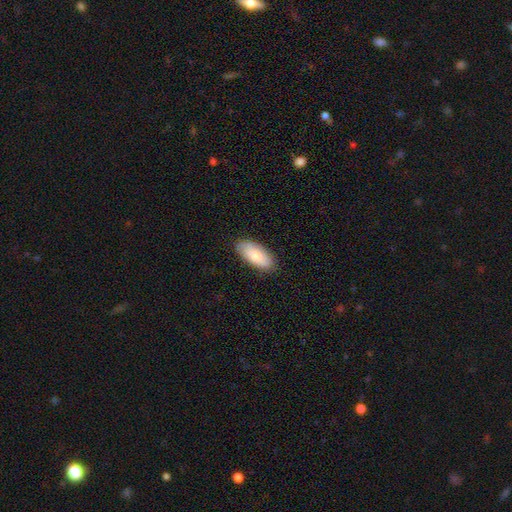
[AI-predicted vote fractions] This appears to be a smooth galaxy with no disk features (82%) that is in between round and cigar-shaped (89%). Merging: none (86%).